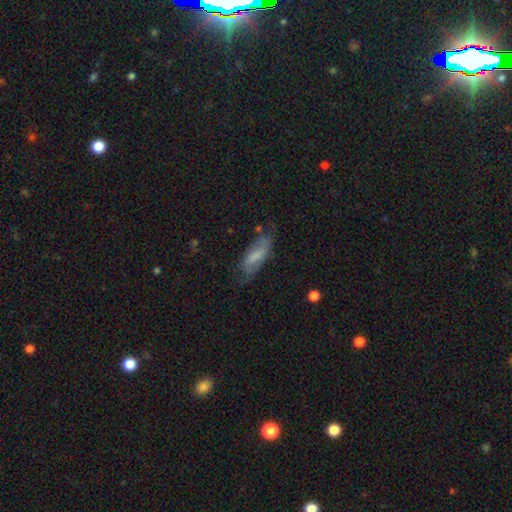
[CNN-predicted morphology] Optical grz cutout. It shows a smooth galaxy with no disk features (55%) that is in between round and cigar-shaped (68%). Merging: none (58%).